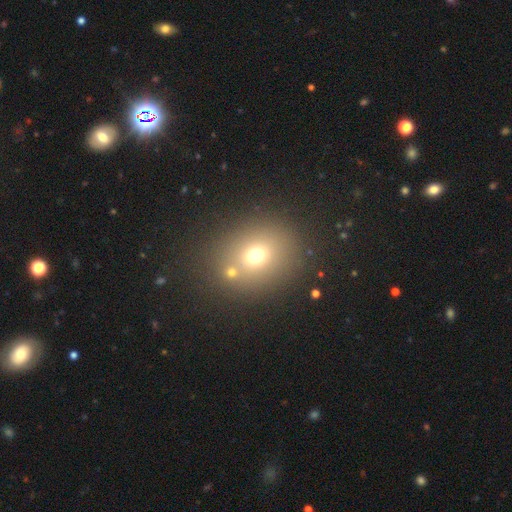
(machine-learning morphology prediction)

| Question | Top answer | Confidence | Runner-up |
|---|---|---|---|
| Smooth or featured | smooth | 68% | star or artifact (19%) |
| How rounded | round | 60% | in between (39%) |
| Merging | none | 75% | merger (11%) |